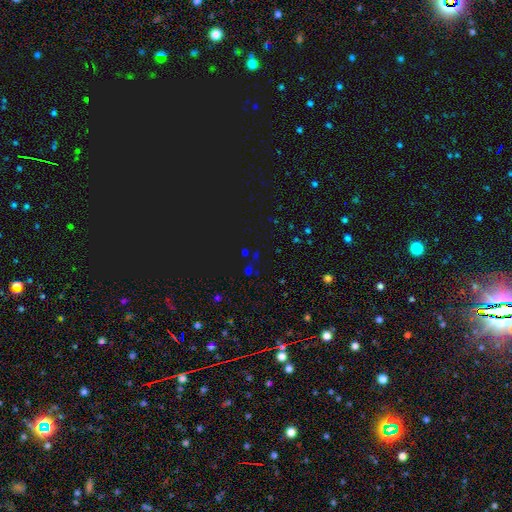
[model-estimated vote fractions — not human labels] star or artifact 63%, smooth 29%, featured or disk 8%.